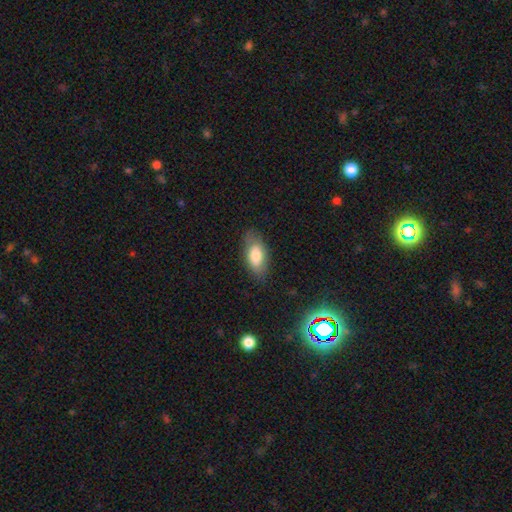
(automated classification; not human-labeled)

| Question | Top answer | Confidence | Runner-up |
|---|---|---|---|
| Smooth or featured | smooth | 77% | featured or disk (16%) |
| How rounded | in between | 89% | cigar-shaped (7%) |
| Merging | none | 78% | minor disturbance (16%) |